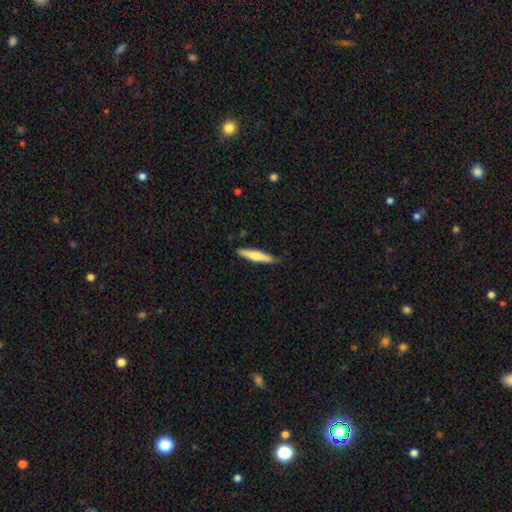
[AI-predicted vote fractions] A smooth galaxy with no disk features (62%) that is cigar-shaped (87%). Merging: none (86%).